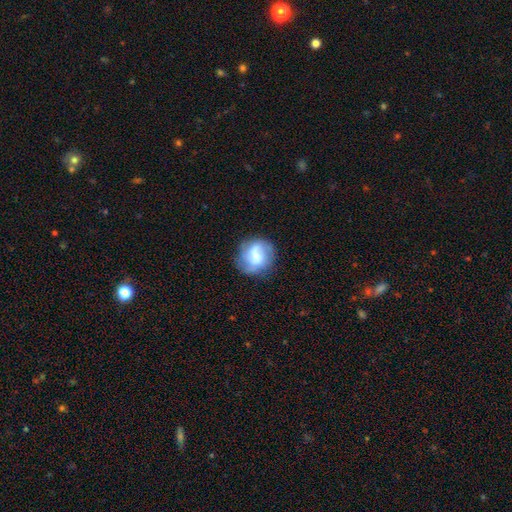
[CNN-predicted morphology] type=featured or disk (47%); merging=none (73%).